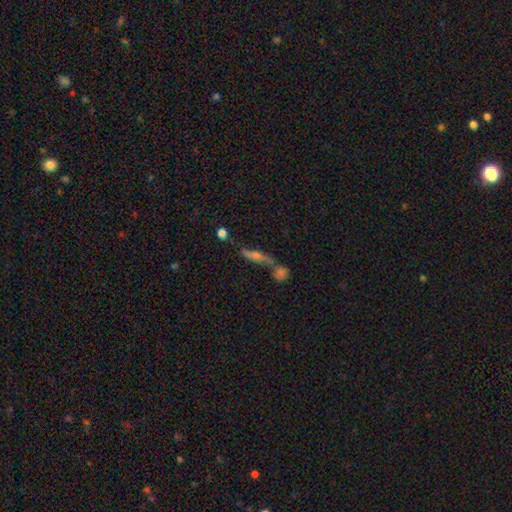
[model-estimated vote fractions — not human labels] A featured or disk galaxy (53%) viewed edge-on (78%).

Vote fractions:
- Smooth or featured? featured or disk: 53% / smooth: 34% / star or artifact: 13%
- Edge-on disk? yes: 78% / no: 22%
- Merging? none: 51% / merger: 31% / minor disturbance: 12% / major disturbance: 6%